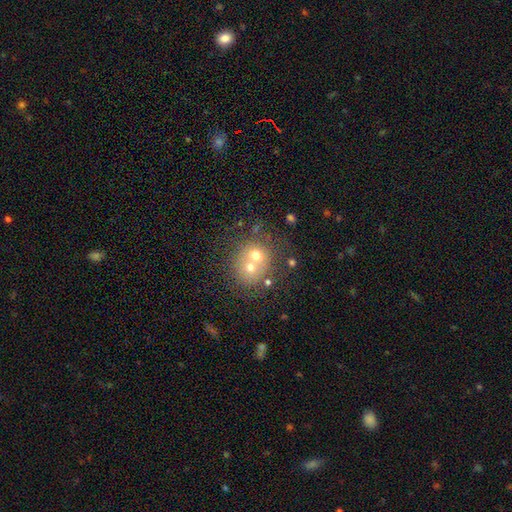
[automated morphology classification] smooth_or_featured: smooth (p=0.61) [alt: featured or disk p=0.26]
how_rounded: round (p=0.81) [alt: in between p=0.18]
merging: merger (p=0.57) [alt: none p=0.32]